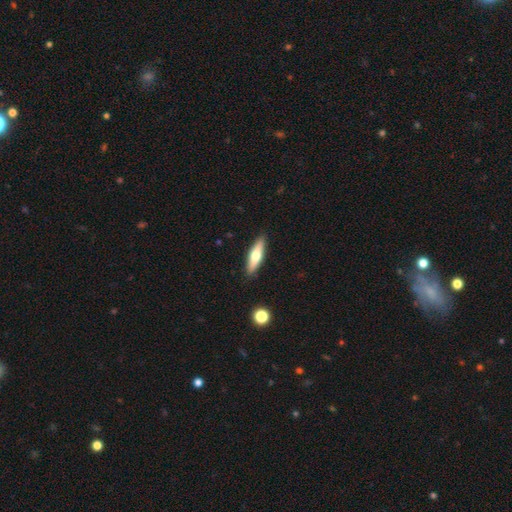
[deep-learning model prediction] Overall: smooth (55%; featured or disk 39%). How rounded: cigar-shaped (61%; in between 37%). Merging: none (89%).